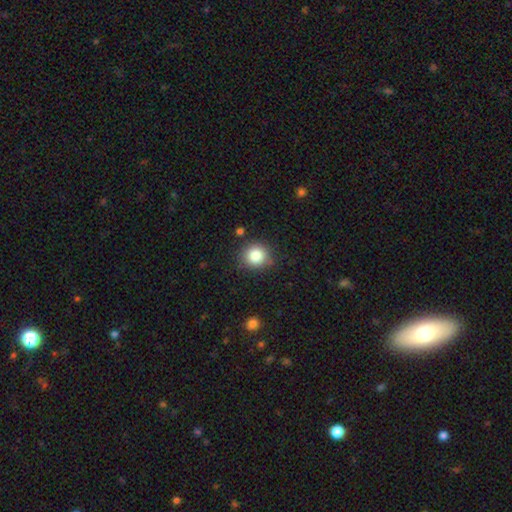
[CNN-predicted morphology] smooth_or_featured: smooth (p=0.83) [alt: star or artifact p=0.11]
how_rounded: round (p=0.89) [alt: in between p=0.10]
merging: none (p=0.83) [alt: minor disturbance p=0.11]